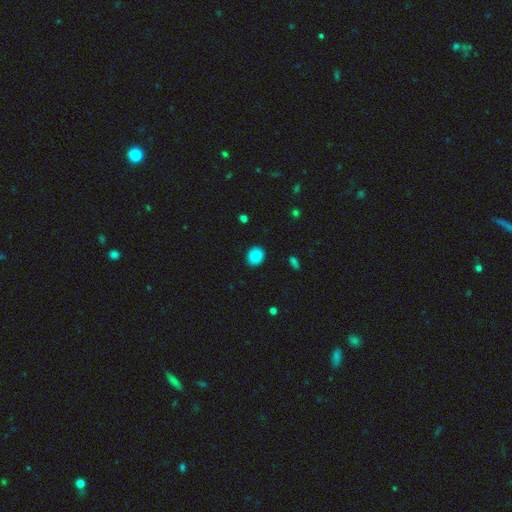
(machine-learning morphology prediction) smooth 86%, star or artifact 8%, featured or disk 5%. Down the decision tree: how rounded — round (68%); merging — none (88%).